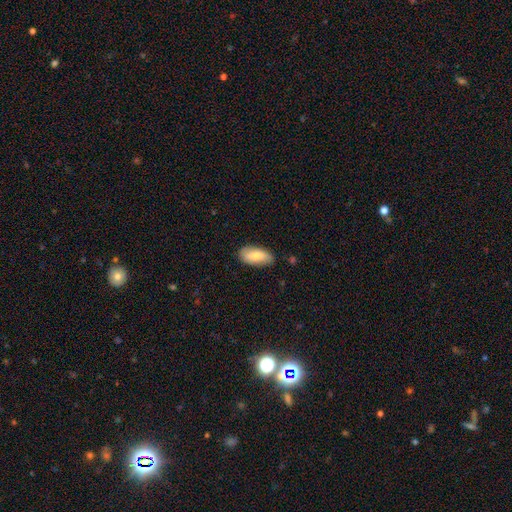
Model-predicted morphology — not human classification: A smooth galaxy with no disk features (71%) that is in between round and cigar-shaped (90%).

Vote fractions:
- Smooth or featured? smooth: 71% / featured or disk: 23% / star or artifact: 6%
- How rounded? in between: 90% / cigar-shaped: 7% / round: 3%
- Merging? none: 78% / minor disturbance: 18% / major disturbance: 3% / merger: 1%